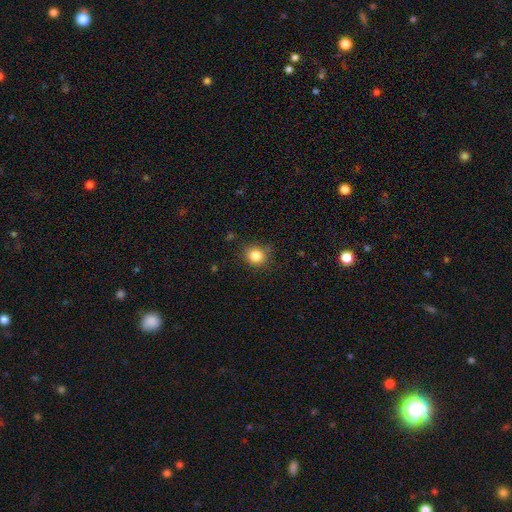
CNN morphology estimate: Smooth or featured? Predicted: smooth (p=0.84). How rounded? Predicted: round (p=0.83). Merging? Predicted: none (p=0.82).